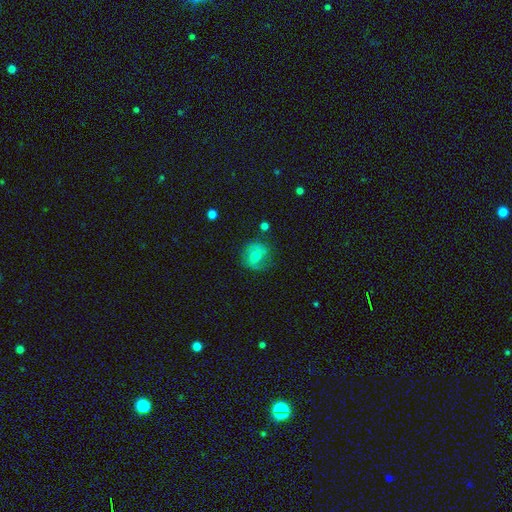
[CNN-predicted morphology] Smooth or featured? smooth (52%)
How rounded? round (76%)
Merging? none (72%)